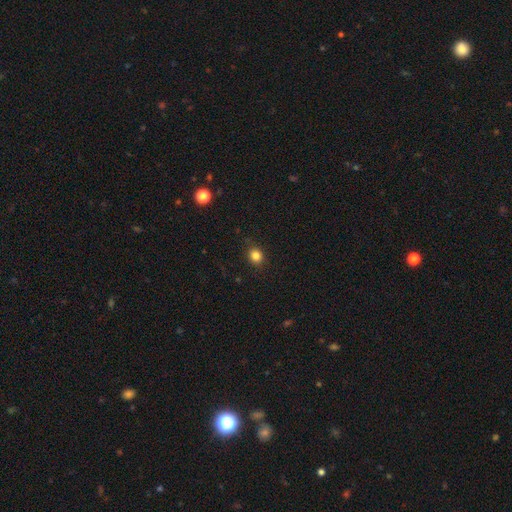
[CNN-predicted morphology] type=smooth (84%); roundness=round (72%); merging=none (88%).